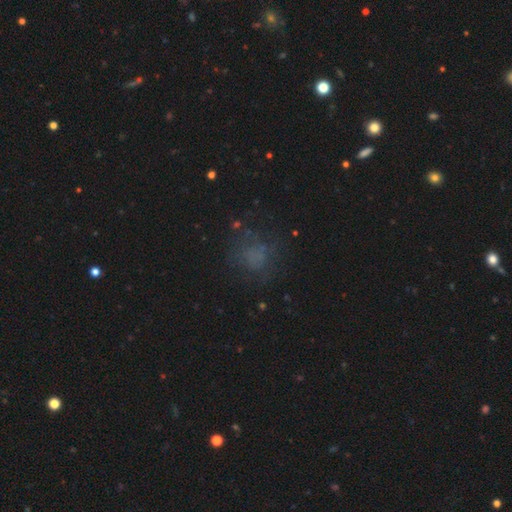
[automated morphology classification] Smooth or featured? smooth (52%)
How rounded? round (74%)
Merging? none (64%)